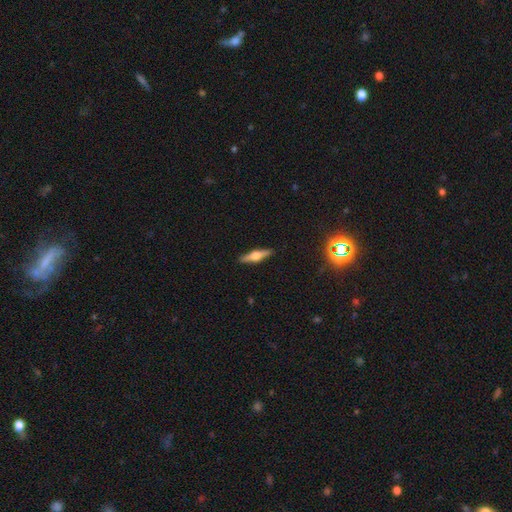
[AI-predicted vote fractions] This appears to be a featured or disk galaxy (60%) viewed edge-on (96%) with a rounded central bulge (91%). Merging: none (90%).